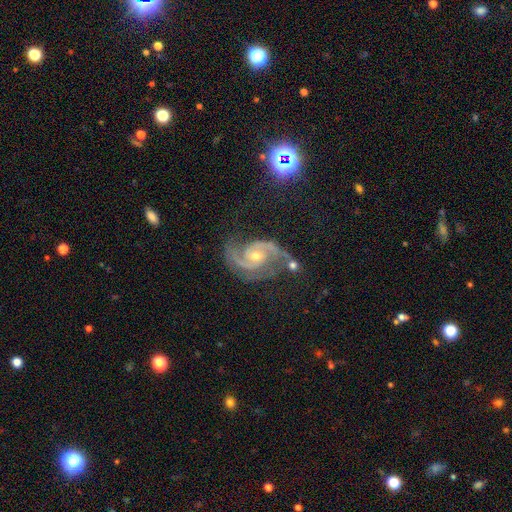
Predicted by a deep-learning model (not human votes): Smooth or featured? featured or disk (91%)
Edge-on disk? no (98%)
Bar? no (59%)
Spiral arms? yes (99%)
Spiral winding? medium (58%)
Spiral arm count? 2 (88%)
Bulge size? moderate (52%)
Merging? none (65%)